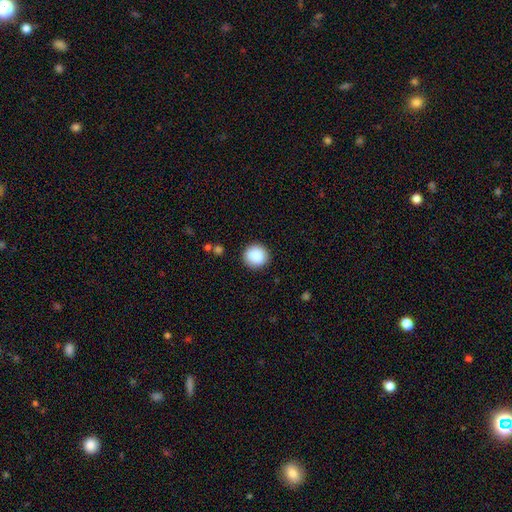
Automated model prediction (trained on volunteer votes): smooth-or-featured: smooth: 89% | star or artifact: 8% | featured or disk: 4%
  how-rounded: round: 90% | in between: 9% | cigar-shaped: 1%
  merging: none: 89% | minor disturbance: 7% | major disturbance: 2% | merger: 1%